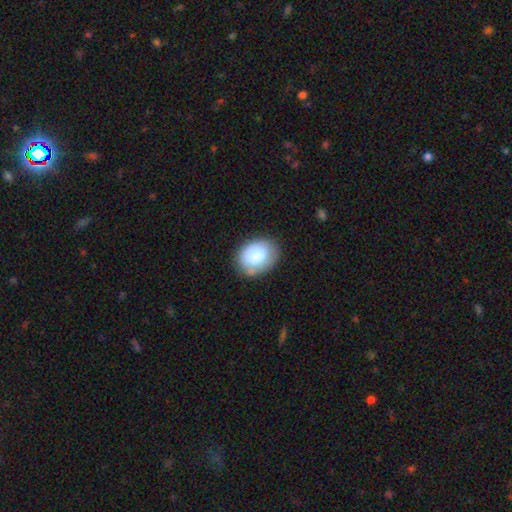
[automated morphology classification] A smooth galaxy with no disk features (82%) that is in between round and cigar-shaped (63%). Merging: none (69%).